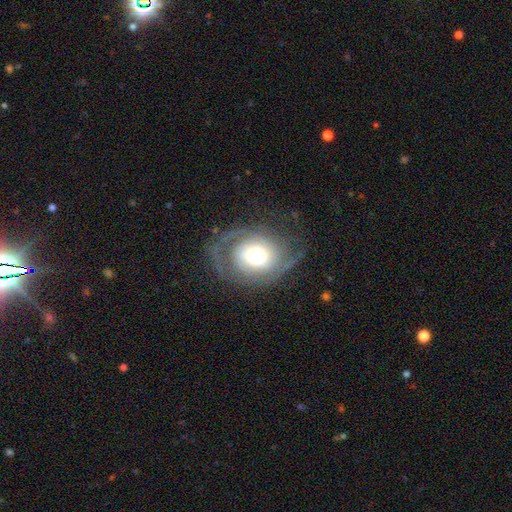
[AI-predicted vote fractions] A featured or disk galaxy (71%) with no bar (74%), 2 (70%) medium (41%) spiral arms (85%) and a moderate central bulge (47%). Merging: none (62%).